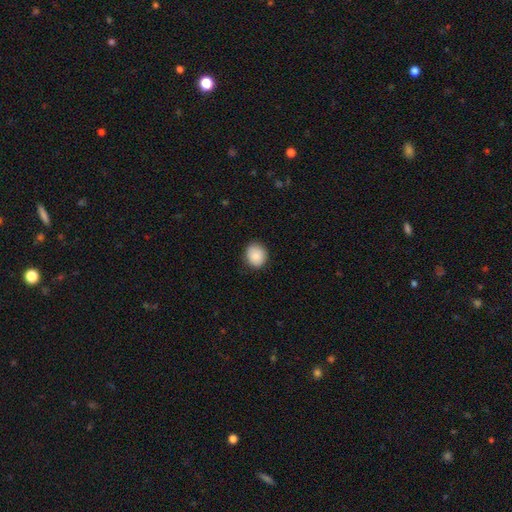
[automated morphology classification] Overall: smooth (88%). How rounded: round (72%). Merging: none (87%).